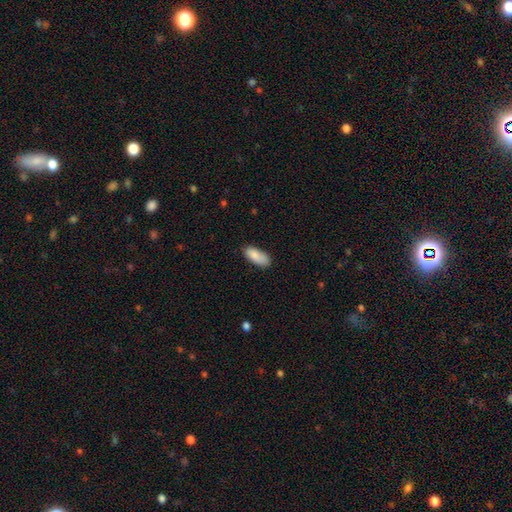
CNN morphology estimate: Smooth or featured: smooth — 87% (star or artifact — 7%)
How rounded: in between — 85% (cigar-shaped — 14%)
Merging: none — 74% (minor disturbance — 20%)